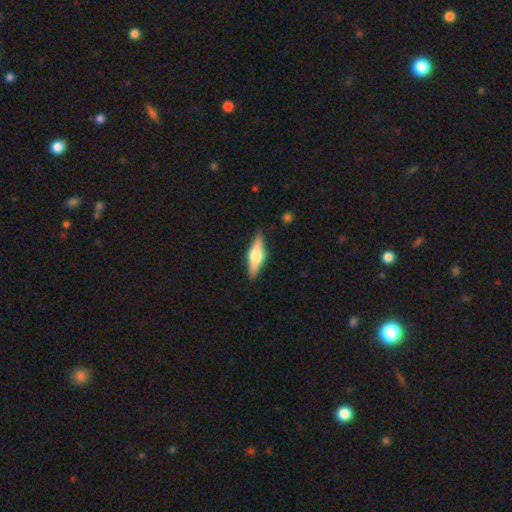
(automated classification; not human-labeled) Smooth or featured? featured or disk (53%)
Edge-on disk? yes (94%)
Merging? none (86%)